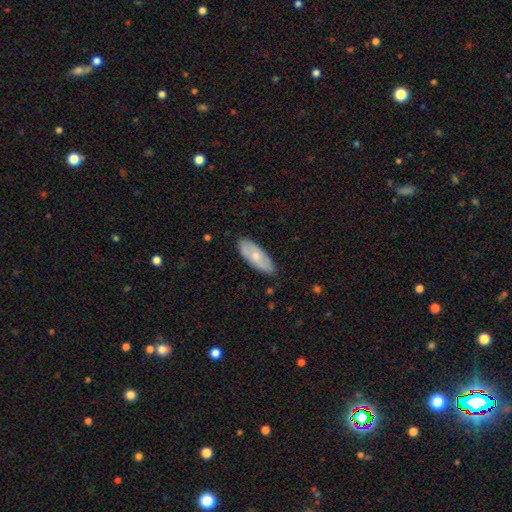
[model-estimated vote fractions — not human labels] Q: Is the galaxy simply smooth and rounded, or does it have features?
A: smooth — 60%.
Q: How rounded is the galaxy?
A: in between — 74%.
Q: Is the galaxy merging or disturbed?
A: none — 81%.